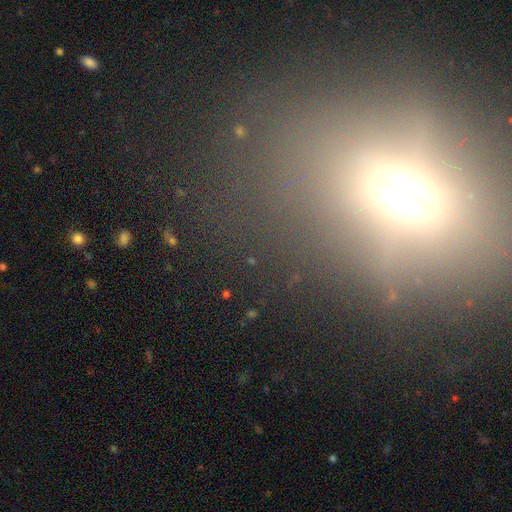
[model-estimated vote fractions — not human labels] smooth 49%, star or artifact 33%, featured or disk 18%. Down the decision tree: merging — none (71%).